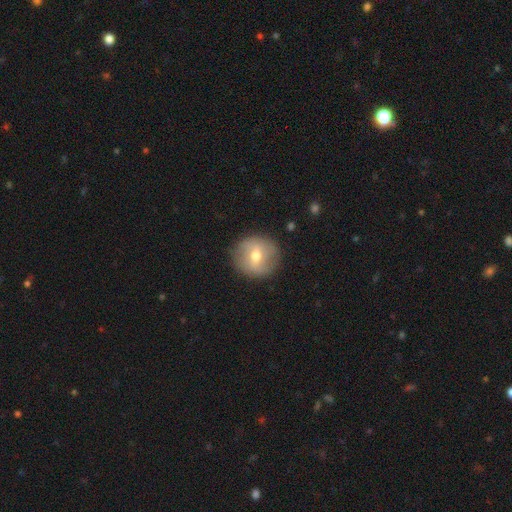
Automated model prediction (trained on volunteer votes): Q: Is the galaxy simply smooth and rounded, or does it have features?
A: smooth — 49%.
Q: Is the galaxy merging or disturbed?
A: none — 85%.